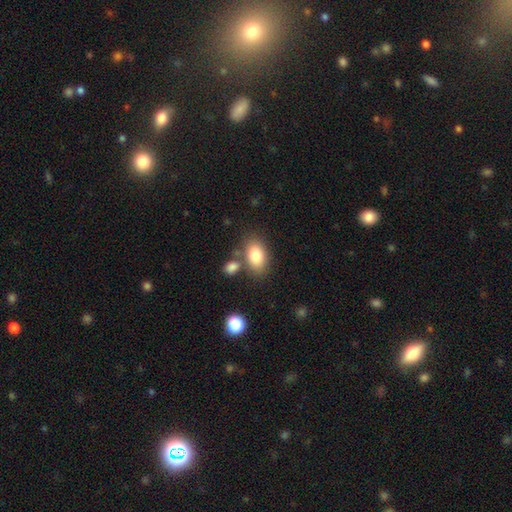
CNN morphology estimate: Smooth or featured: smooth — 83% (featured or disk — 10%)
How rounded: in between — 90% (round — 9%)
Merging: none — 67% (merger — 15%)